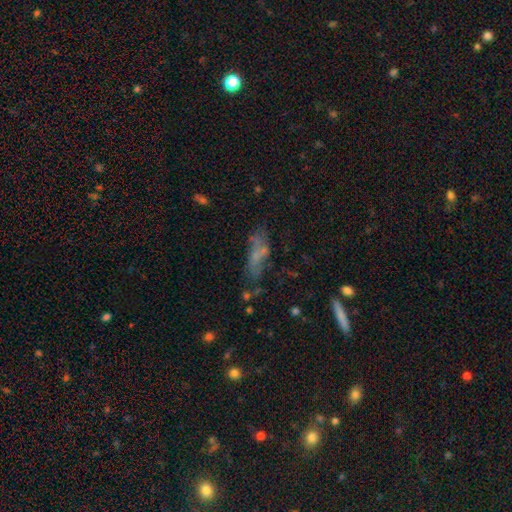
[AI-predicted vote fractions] Smooth or featured? Predicted: smooth (p=0.42). Merging? Predicted: none (p=0.53).